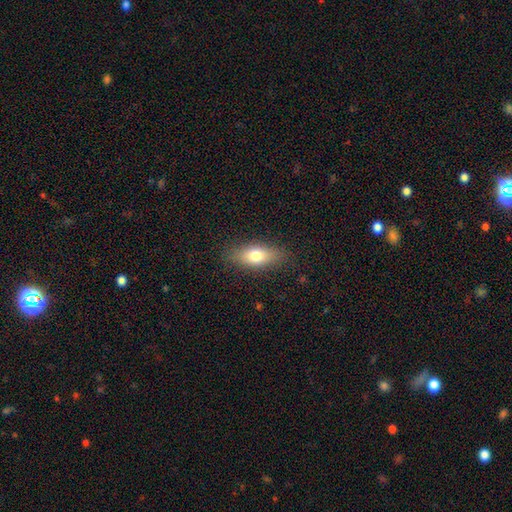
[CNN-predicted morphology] A smooth galaxy with no disk features (73%) that is in between round and cigar-shaped (76%). Merging: none (84%).